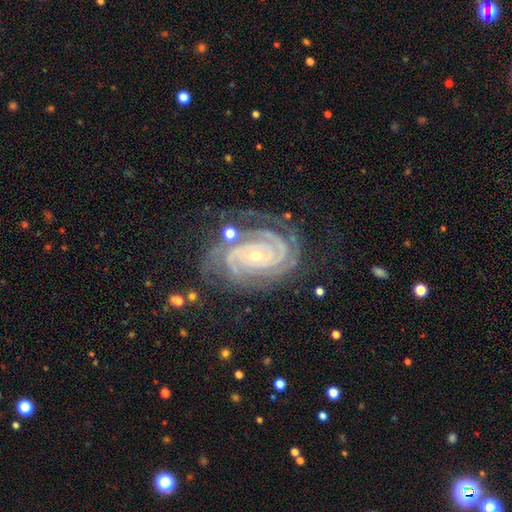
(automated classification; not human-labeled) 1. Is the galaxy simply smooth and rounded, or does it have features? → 93% featured or disk, 5% star or artifact, 2% smooth.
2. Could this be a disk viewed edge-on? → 97% no, 3% yes.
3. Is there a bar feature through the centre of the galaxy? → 70% no, 18% weak, 12% strong.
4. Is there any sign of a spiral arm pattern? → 99% yes, 1% no.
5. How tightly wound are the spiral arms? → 85% tight, 13% medium, 2% loose.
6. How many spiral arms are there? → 29% 3 (tied), 29% 2 (tied), 18% 4, 11% can't tell, 7% more than 4, 6% 1.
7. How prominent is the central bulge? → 69% small, 28% moderate, 1% large, 1% none, 1% dominant.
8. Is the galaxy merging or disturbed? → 69% none, 18% minor disturbance, 9% major disturbance, 4% merger.